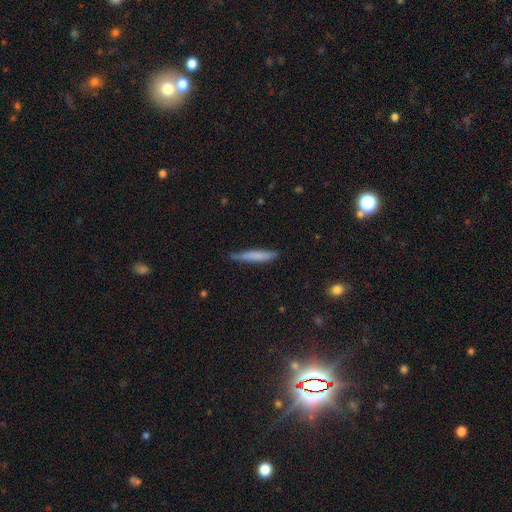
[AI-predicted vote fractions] Q: Smooth or featured?
A: smooth (73%); runner-up: featured or disk (21%)
Q: How rounded?
A: cigar-shaped (93%); runner-up: in between (6%)
Q: Merging?
A: none (73%); runner-up: minor disturbance (22%)